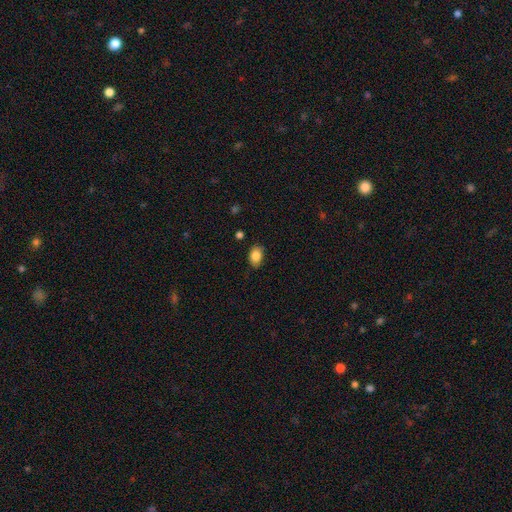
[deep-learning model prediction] Smooth or featured?
  - smooth: 85% *
  - star or artifact: 8%
  - featured or disk: 6%
How rounded?
  - in between: 83% *
  - round: 16%
  - cigar-shaped: 1%
Merging?
  - none: 84% *
  - minor disturbance: 12%
  - major disturbance: 3%
  - merger: 1%